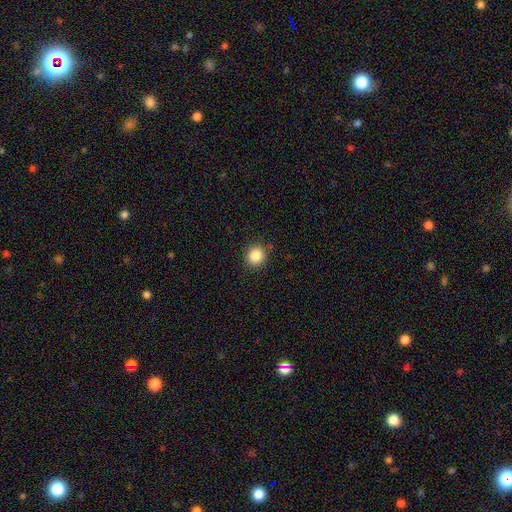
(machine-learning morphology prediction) A smooth galaxy with no disk features (85%) that is round (91%). Merging: none (89%).